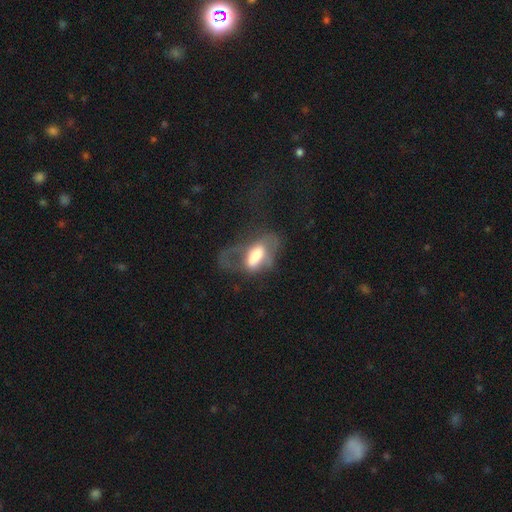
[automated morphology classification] Smooth or featured? smooth (51%)
How rounded? in between (86%)
Merging? major disturbance (58%)